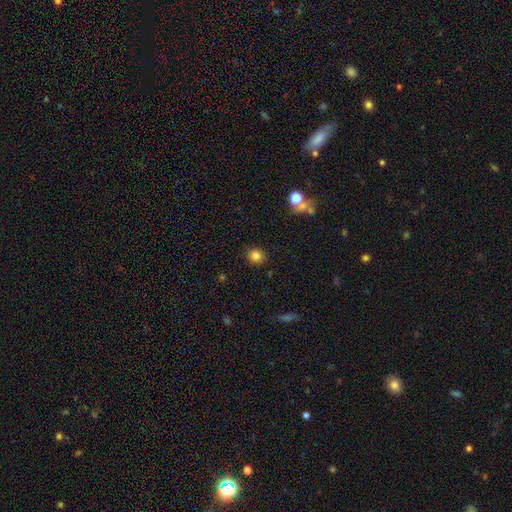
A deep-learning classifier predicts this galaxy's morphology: Q: Smooth or featured?
A: smooth (83%); runner-up: star or artifact (12%)
Q: How rounded?
A: round (89%); runner-up: in between (10%)
Q: Merging?
A: none (89%); runner-up: minor disturbance (7%)